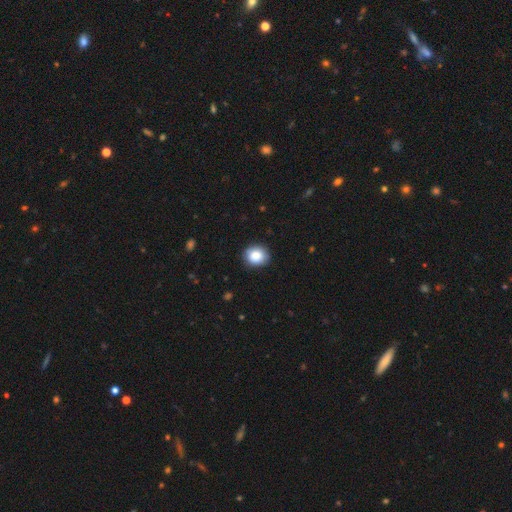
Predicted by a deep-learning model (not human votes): The model was most divided on "how rounded": round: 75%, in between: 24%, cigar-shaped: 1%. More confident: merging — none (86%); smooth or featured — smooth (85%).